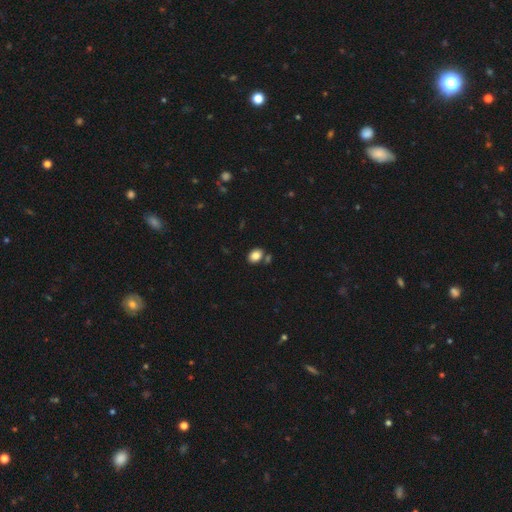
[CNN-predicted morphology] Q: Smooth or featured?
A: smooth (85%); runner-up: star or artifact (9%)
Q: How rounded?
A: in between (71%); runner-up: round (28%)
Q: Merging?
A: none (72%); runner-up: merger (13%)